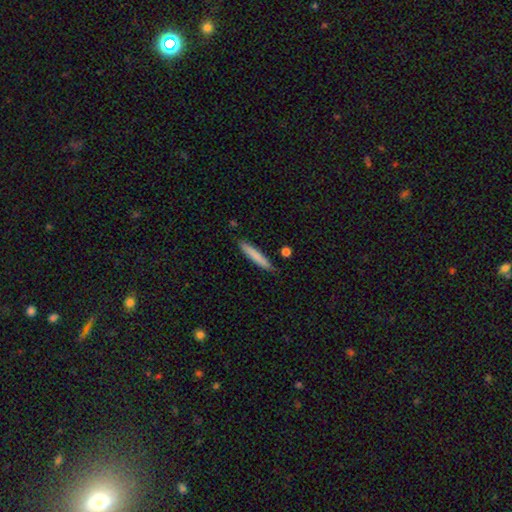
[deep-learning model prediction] Overall: smooth (78%). How rounded: cigar-shaped (94%). Merging: none (86%).